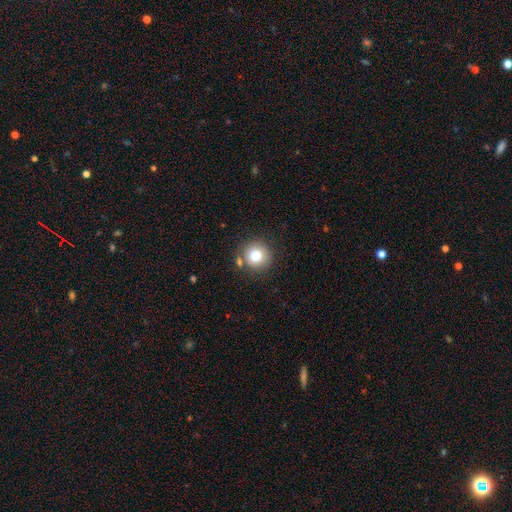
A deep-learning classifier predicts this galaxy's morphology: The model was most divided on "smooth or featured": smooth: 79%, star or artifact: 11%, featured or disk: 10%. More confident: how rounded — round (93%); merging — none (79%).